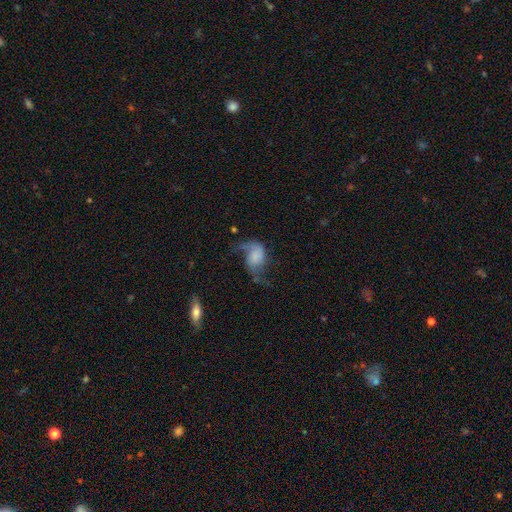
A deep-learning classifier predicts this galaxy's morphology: Smooth or featured?
  - featured or disk: 64% *
  - smooth: 26%
  - star or artifact: 9%
Edge-on disk?
  - no: 97% *
  - yes: 3%
Bar?
  - no: 69% *
  - weak: 25%
  - strong: 6%
Spiral arms?
  - yes: 90% *
  - no: 10%
Spiral winding?
  - loose: 74% *
  - medium: 21%
  - tight: 5%
Spiral arm count?
  - 2: 84% *
  - 1: 10%
  - can't tell: 3%
  - 3: 1%
  - 4: 1%
  - more than 4: 1%
Bulge size?
  - none: 43% *
  - small: 23%
  - large: 13%
  - moderate: 12%
  - dominant: 9%
Merging?
  - none: 43% *
  - major disturbance: 31%
  - minor disturbance: 22%
  - merger: 4%